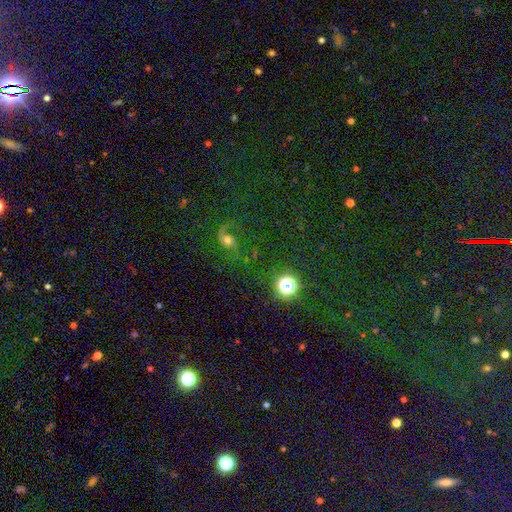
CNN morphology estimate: smooth_or_featured: star or artifact (p=0.68) [alt: smooth p=0.24]